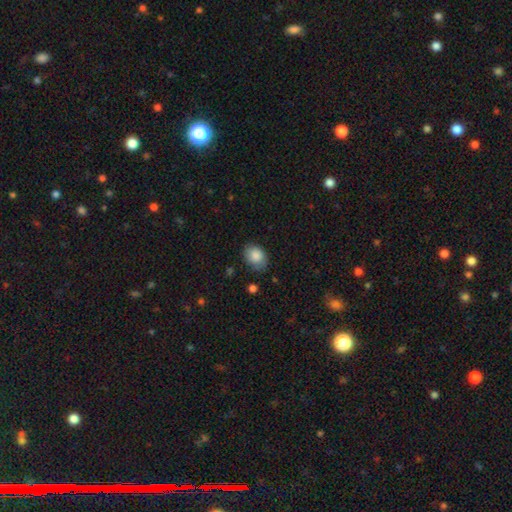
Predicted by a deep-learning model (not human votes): A smooth galaxy with no disk features (84%) that is in between round and cigar-shaped (66%). Merging: none (69%).